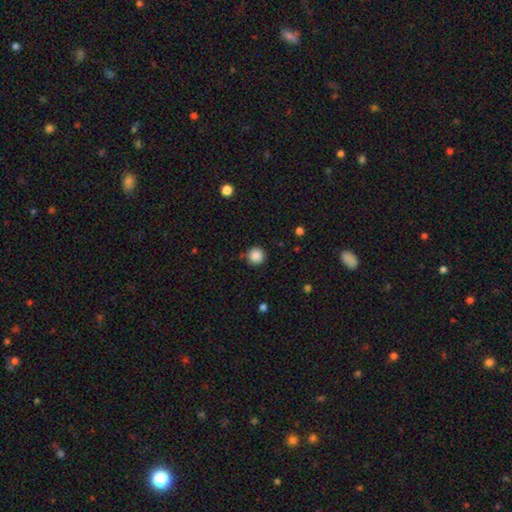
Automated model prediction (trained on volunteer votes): A smooth galaxy with no disk features (87%) that is round (95%). Merging: none (87%).